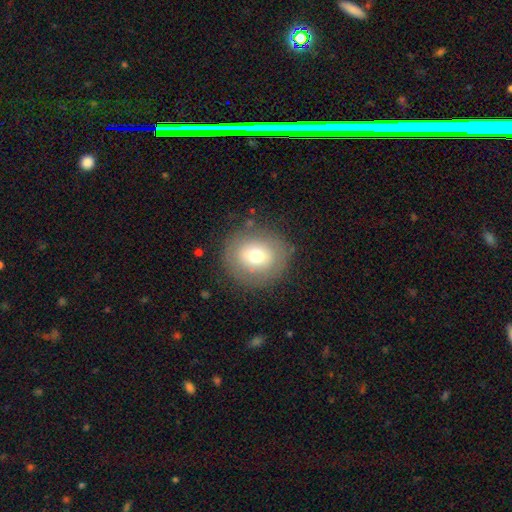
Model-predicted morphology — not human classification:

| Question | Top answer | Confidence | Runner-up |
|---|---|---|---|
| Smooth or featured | smooth | 68% | featured or disk (22%) |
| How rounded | round | 87% | in between (12%) |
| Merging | none | 84% | minor disturbance (10%) |